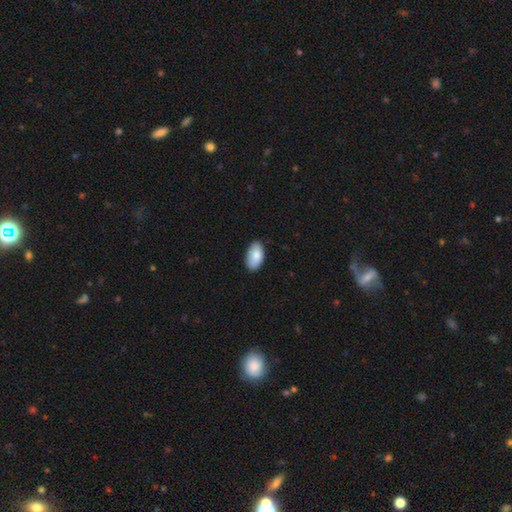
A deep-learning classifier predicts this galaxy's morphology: Overall: smooth (88%). How rounded: in between (96%). Merging: none (84%).